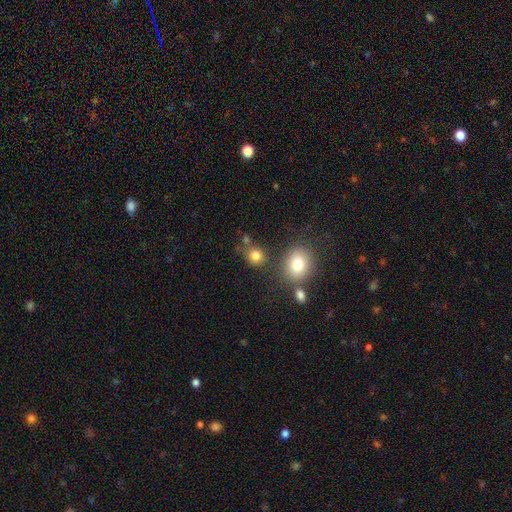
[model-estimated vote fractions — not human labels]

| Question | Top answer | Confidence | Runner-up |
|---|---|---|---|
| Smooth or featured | smooth | 79% | star or artifact (14%) |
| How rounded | round | 80% | in between (19%) |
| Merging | none | 70% | merger (14%) |